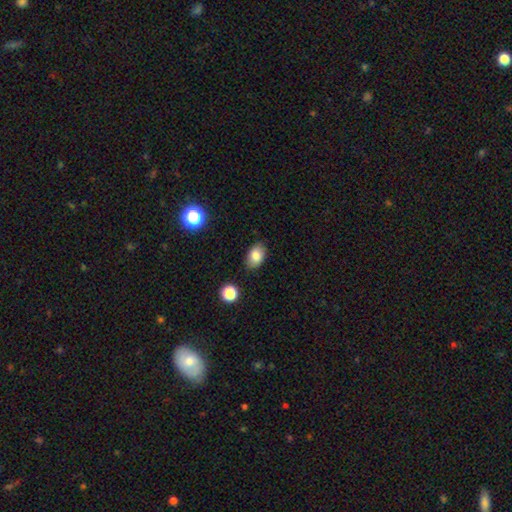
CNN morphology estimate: A smooth galaxy with no disk features (82%) that is in between round and cigar-shaped (86%).

Vote fractions:
- Smooth or featured? smooth: 82% / star or artifact: 9% / featured or disk: 9%
- How rounded? in between: 86% / round: 12% / cigar-shaped: 1%
- Merging? none: 85% / minor disturbance: 11% / major disturbance: 2% / merger: 2%